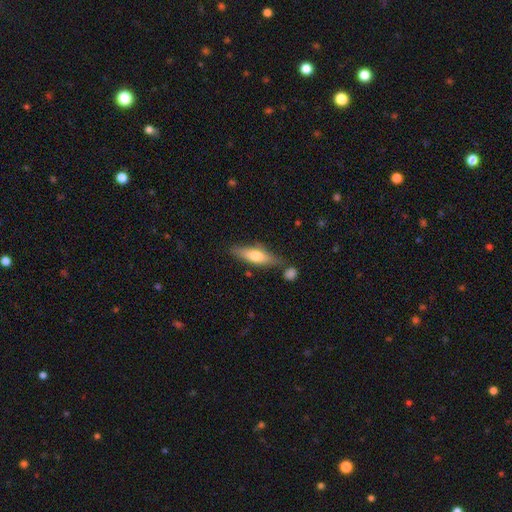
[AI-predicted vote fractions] The model was most divided on "how rounded": cigar-shaped: 58%, in between: 40%, round: 2%. More confident: merging — none (73%); smooth or featured — smooth (57%).